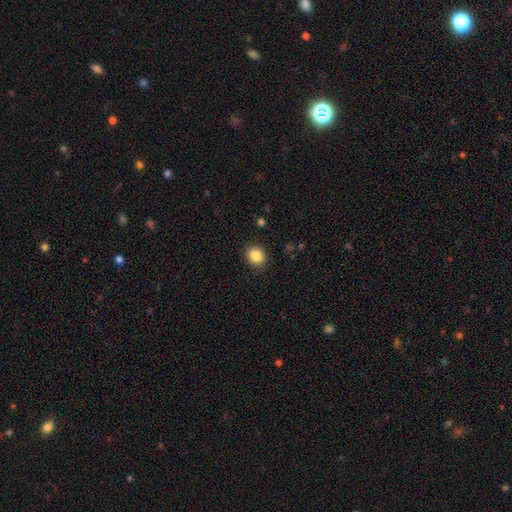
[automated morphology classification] Smooth or featured?
  - smooth: 86% *
  - star or artifact: 9%
  - featured or disk: 5%
How rounded?
  - round: 63% *
  - in between: 36%
  - cigar-shaped: 1%
Merging?
  - none: 90% *
  - minor disturbance: 7%
  - major disturbance: 2%
  - merger: 1%